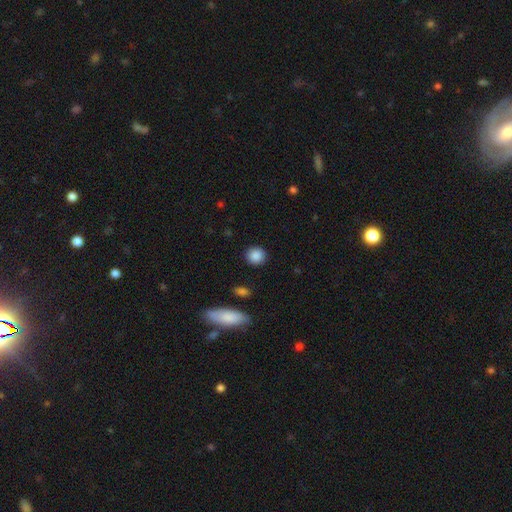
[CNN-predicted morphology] This is clearly a smooth galaxy (88%). How rounded: clearly round (87%). Merging: clearly none (89%).